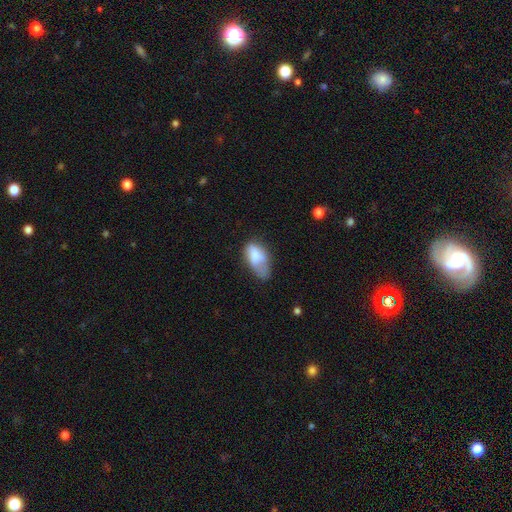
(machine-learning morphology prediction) smooth 70%, featured or disk 21%, star or artifact 8%. Down the decision tree: how rounded — in between (91%); merging — minor disturbance (36%).